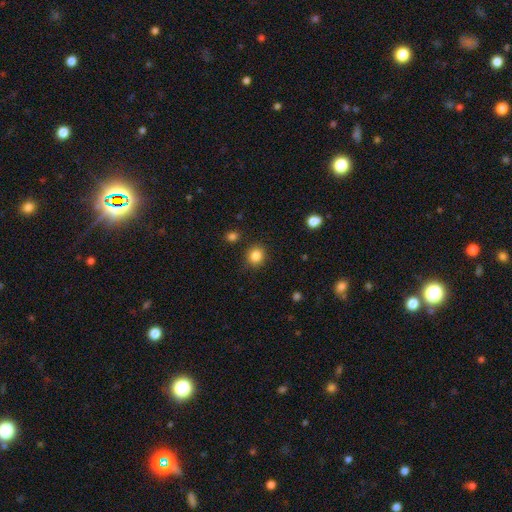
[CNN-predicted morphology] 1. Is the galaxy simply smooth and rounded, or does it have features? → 85% smooth, 11% star or artifact, 4% featured or disk.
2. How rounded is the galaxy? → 81% round, 18% in between, 1% cigar-shaped.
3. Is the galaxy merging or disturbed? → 88% none, 8% minor disturbance, 2% major disturbance, 2% merger.